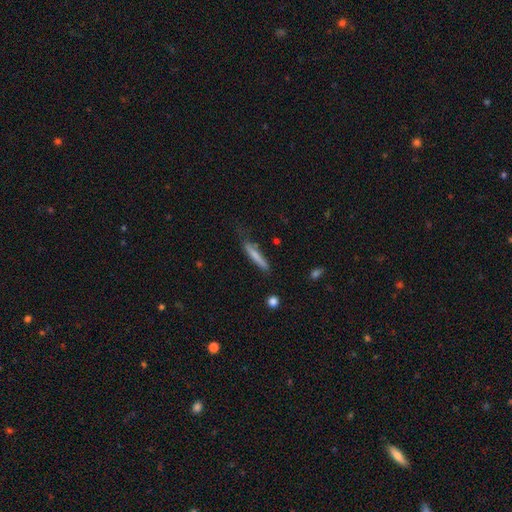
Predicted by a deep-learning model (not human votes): smooth_or_featured: smooth (p=0.71) [alt: featured or disk p=0.23]
how_rounded: cigar-shaped (p=0.93) [alt: in between p=0.06]
merging: none (p=0.70) [alt: minor disturbance p=0.22]